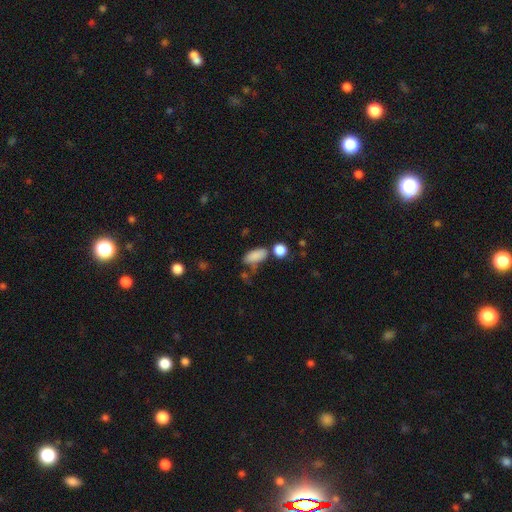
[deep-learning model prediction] Smooth or featured?
  - smooth: 84% *
  - star or artifact: 9%
  - featured or disk: 7%
How rounded?
  - in between: 87% *
  - cigar-shaped: 8%
  - round: 5%
Merging?
  - none: 54% *
  - minor disturbance: 22%
  - merger: 16%
  - major disturbance: 9%